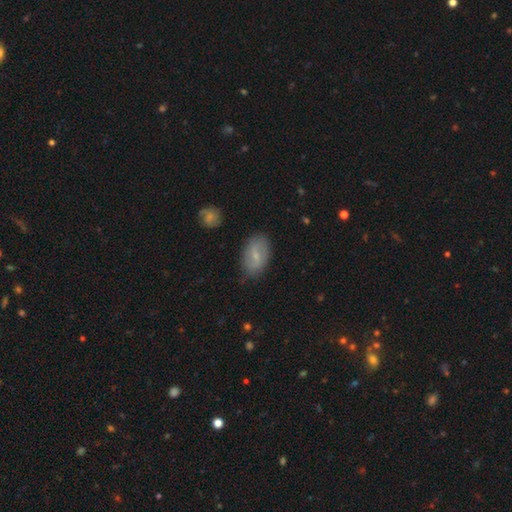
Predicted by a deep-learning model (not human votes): This appears to be a smooth galaxy with no disk features (59%) that is in between round and cigar-shaped (91%). Merging: none (81%).